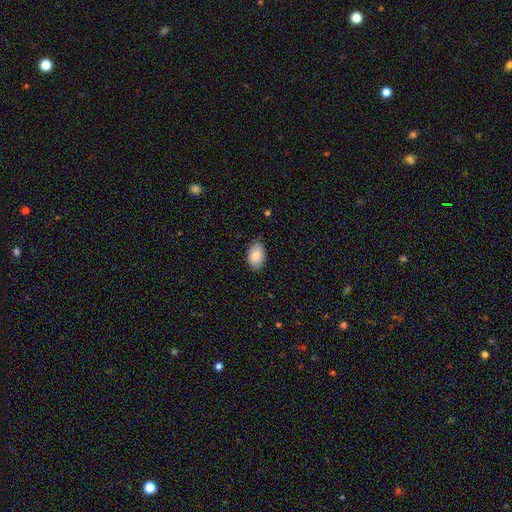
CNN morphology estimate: This is clearly a smooth galaxy (86%). How rounded: clearly in between (92%). Merging: clearly none (84%).